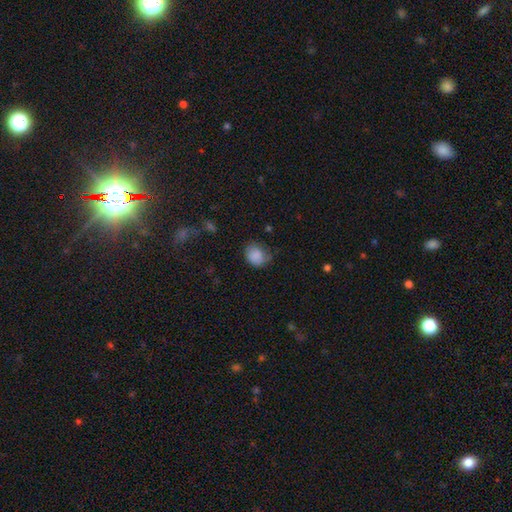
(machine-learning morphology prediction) Q: Smooth or featured?
A: smooth (84%); runner-up: star or artifact (8%)
Q: How rounded?
A: round (55%); runner-up: in between (44%)
Q: Merging?
A: none (54%); runner-up: minor disturbance (33%)